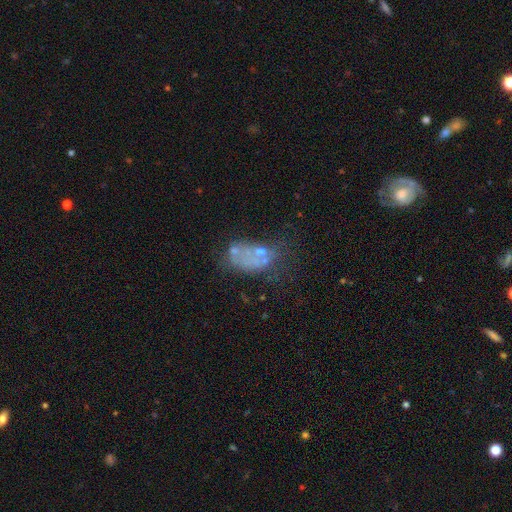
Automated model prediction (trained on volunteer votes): Smooth or featured? Predicted: featured or disk (p=0.46). Merging? Predicted: none (p=0.32).